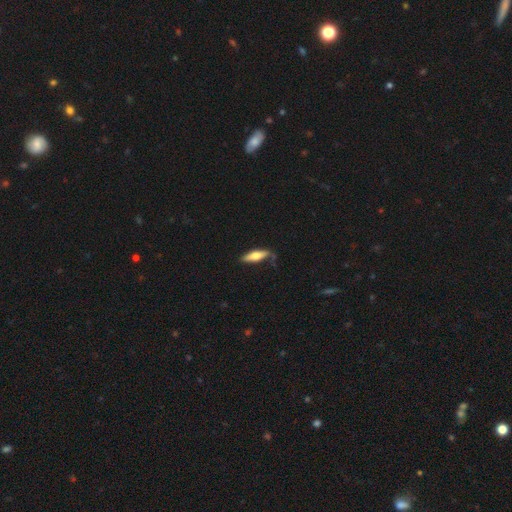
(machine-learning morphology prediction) A smooth galaxy with no disk features (61%) that is cigar-shaped (57%). Merging: none (69%).